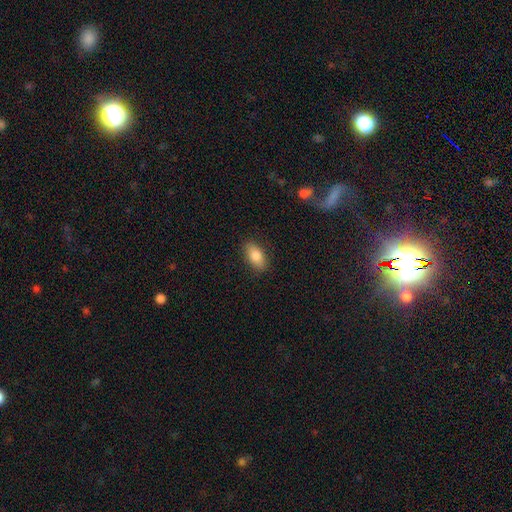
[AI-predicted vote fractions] A smooth galaxy with no disk features (84%) that is in between round and cigar-shaped (90%). Merging: none (87%).